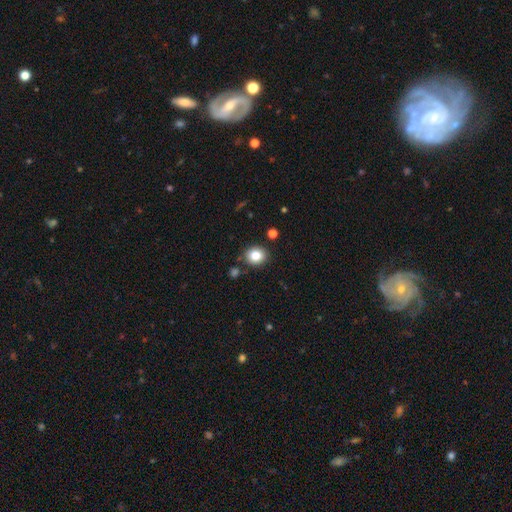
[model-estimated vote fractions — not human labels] Smooth or featured? Predicted: smooth (p=0.83). How rounded? Predicted: round (p=0.74). Merging? Predicted: none (p=0.86).